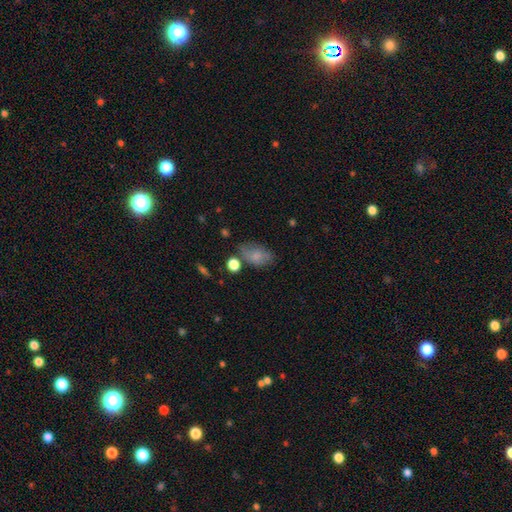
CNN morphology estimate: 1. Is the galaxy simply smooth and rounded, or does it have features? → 74% smooth, 16% featured or disk, 10% star or artifact.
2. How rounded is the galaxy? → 87% in between, 11% round, 2% cigar-shaped.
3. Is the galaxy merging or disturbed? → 55% none, 27% minor disturbance, 11% major disturbance, 8% merger.